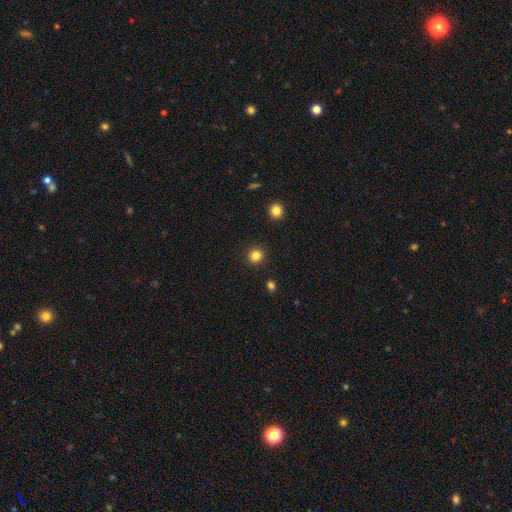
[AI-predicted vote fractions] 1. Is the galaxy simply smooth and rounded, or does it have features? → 83% smooth, 13% star or artifact, 4% featured or disk.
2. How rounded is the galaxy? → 91% round, 8% in between, 1% cigar-shaped.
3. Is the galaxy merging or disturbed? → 92% none, 5% minor disturbance, 2% major disturbance, 1% merger.